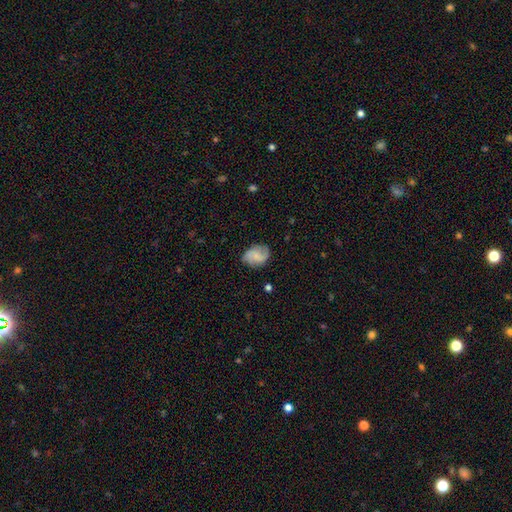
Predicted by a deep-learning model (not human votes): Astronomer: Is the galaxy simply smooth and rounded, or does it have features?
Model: featured or disk — 49% (runner-up: smooth, 43%).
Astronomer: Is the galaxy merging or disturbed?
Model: none — 75%.